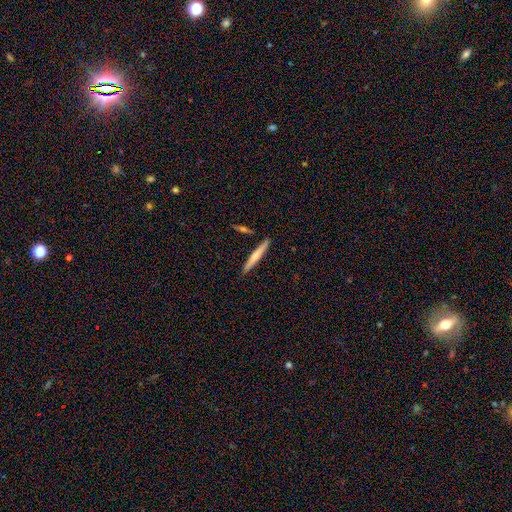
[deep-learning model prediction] smooth 60%, featured or disk 35%, star or artifact 5%. Down the decision tree: how rounded — cigar-shaped (95%); merging — none (87%).